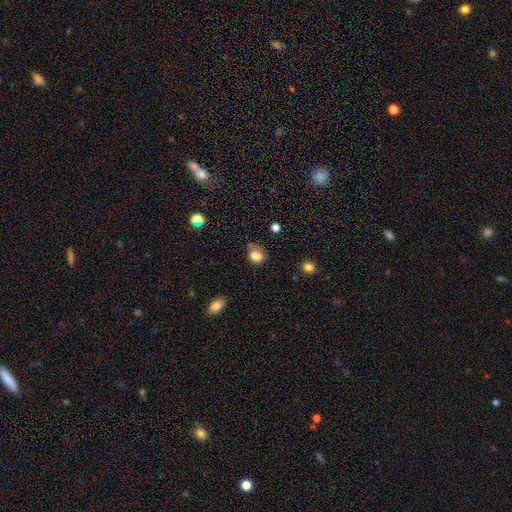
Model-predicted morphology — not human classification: A smooth galaxy with no disk features (81%) that is round (56%).

Vote fractions:
- Smooth or featured? smooth: 81% / star or artifact: 12% / featured or disk: 7%
- How rounded? round: 56% / in between: 43% / cigar-shaped: 1%
- Merging? none: 55% / minor disturbance: 27% / major disturbance: 10% / merger: 9%